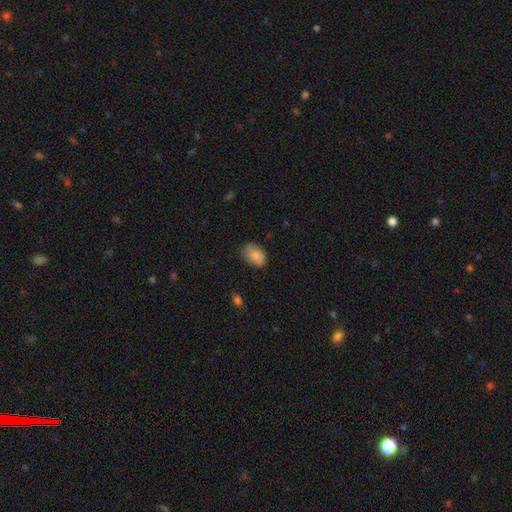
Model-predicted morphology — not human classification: smooth-or-featured: smooth: 82% | featured or disk: 11% | star or artifact: 7%
  how-rounded: in between: 86% | round: 13% | cigar-shaped: 1%
  merging: none: 68% | minor disturbance: 26% | major disturbance: 5% | merger: 1%